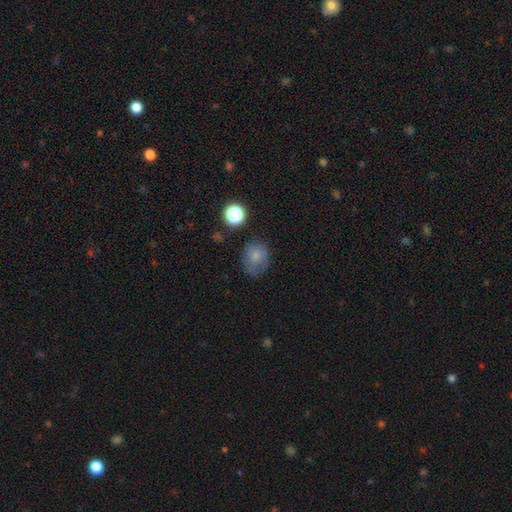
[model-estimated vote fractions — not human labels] Smooth or featured? smooth (73%)
How rounded? round (59%)
Merging? none (56%)